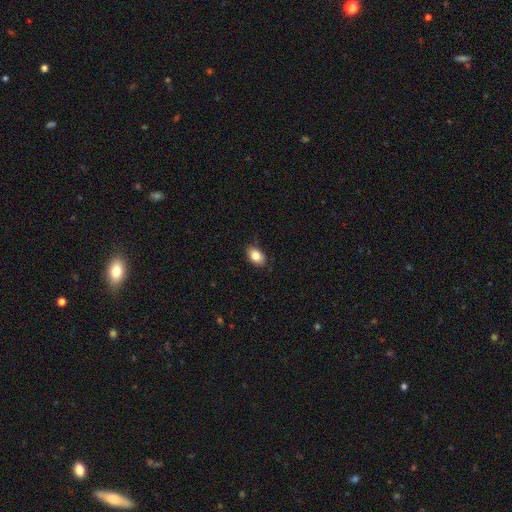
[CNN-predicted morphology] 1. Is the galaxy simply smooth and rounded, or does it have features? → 82% smooth, 10% featured or disk, 8% star or artifact.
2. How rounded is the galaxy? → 85% in between, 13% round, 1% cigar-shaped.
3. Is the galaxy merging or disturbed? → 83% none, 14% minor disturbance, 2% major disturbance, 1% merger.